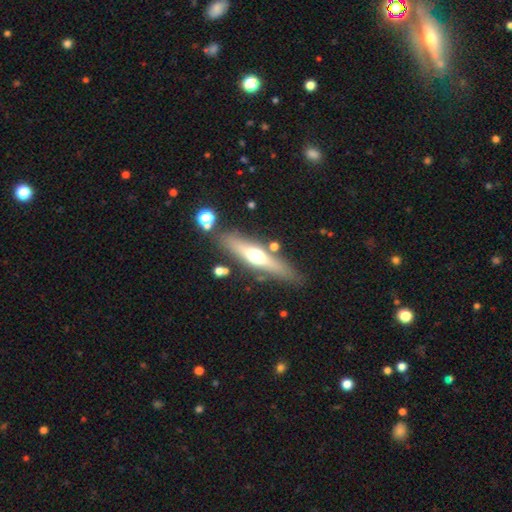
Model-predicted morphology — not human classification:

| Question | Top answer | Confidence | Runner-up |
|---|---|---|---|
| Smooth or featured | featured or disk | 54% | smooth (38%) |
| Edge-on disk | yes | 86% | no (14%) |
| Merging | none | 80% | minor disturbance (11%) |